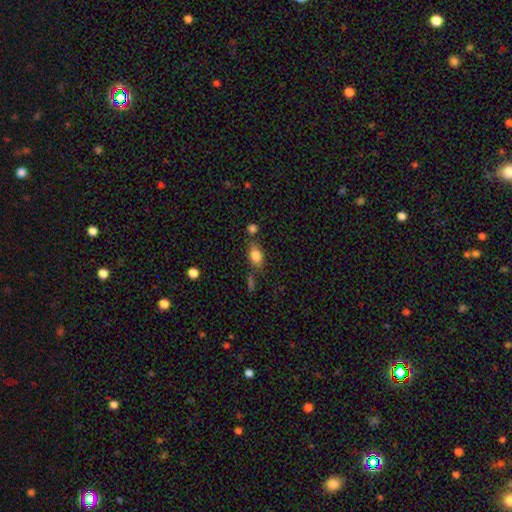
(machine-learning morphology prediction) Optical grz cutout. It shows a smooth galaxy with no disk features (79%) that is in between round and cigar-shaped (77%). Merging: none (61%).